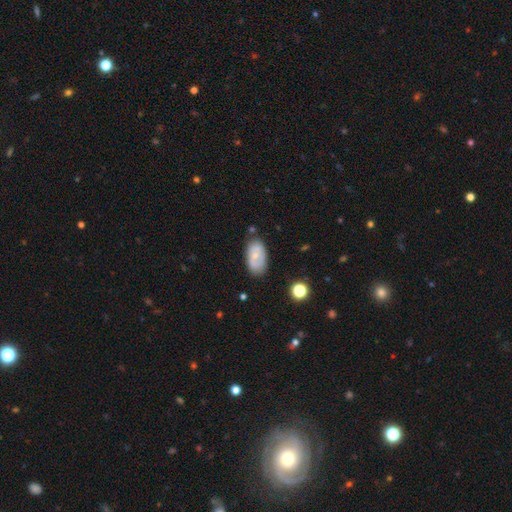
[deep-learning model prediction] Smooth or featured: smooth — 53% (featured or disk — 39%)
How rounded: in between — 92% (round — 6%)
Merging: none — 70% (minor disturbance — 20%)